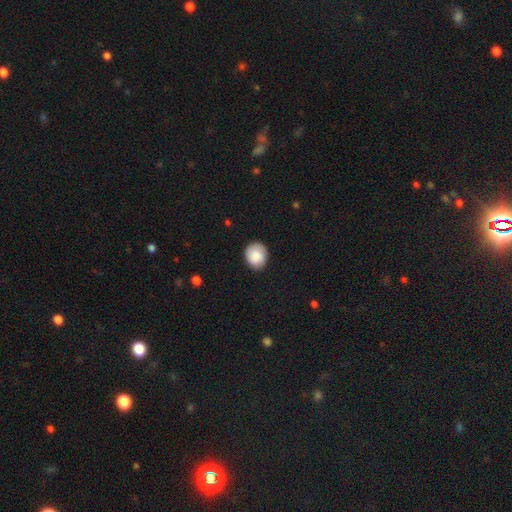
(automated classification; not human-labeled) smooth 87%, star or artifact 7%, featured or disk 6%. Down the decision tree: how rounded — round (71%); merging — none (83%).